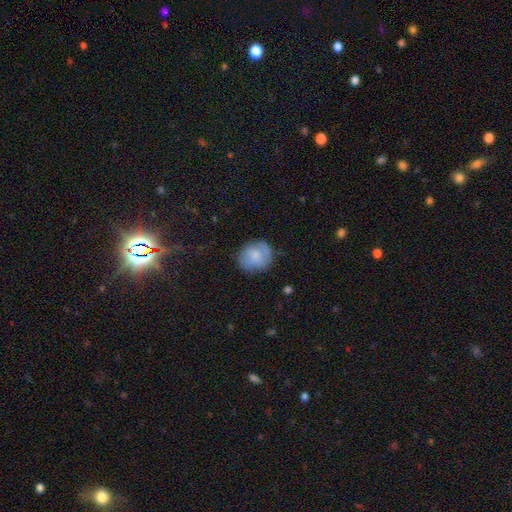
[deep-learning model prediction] Morphology: type=smooth (72%); roundness=round (79%); merging=none (76%).